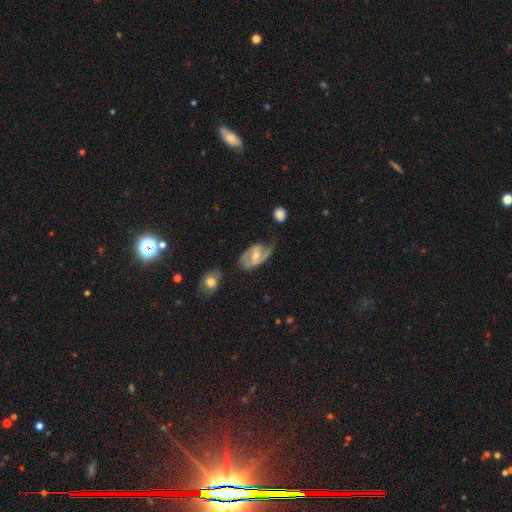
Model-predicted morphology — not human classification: Smooth or featured?
  - featured or disk: 73% *
  - smooth: 22%
  - star or artifact: 5%
Edge-on disk?
  - no: 95% *
  - yes: 5%
Bar?
  - weak: 47% *
  - no: 34%
  - strong: 19%
Spiral arms?
  - yes: 83% *
  - no: 17%
Spiral winding?
  - medium: 44% *
  - tight: 33%
  - loose: 23%
Spiral arm count?
  - 2: 66% *
  - 1: 19%
  - can't tell: 12%
  - 3: 2%
  - 4: 1%
  - more than 4: 1%
Bulge size?
  - moderate: 64% *
  - small: 26%
  - large: 6%
  - none: 3%
  - dominant: 1%
Merging?
  - none: 49% *
  - minor disturbance: 30%
  - major disturbance: 18%
  - merger: 4%